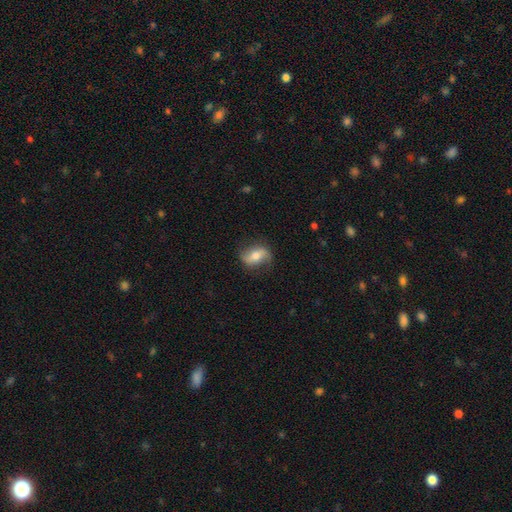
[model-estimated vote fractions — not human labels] A featured or disk galaxy (60%) with no bar (36%), spiral arms (86%) and a moderate central bulge (61%). Merging: none (77%).